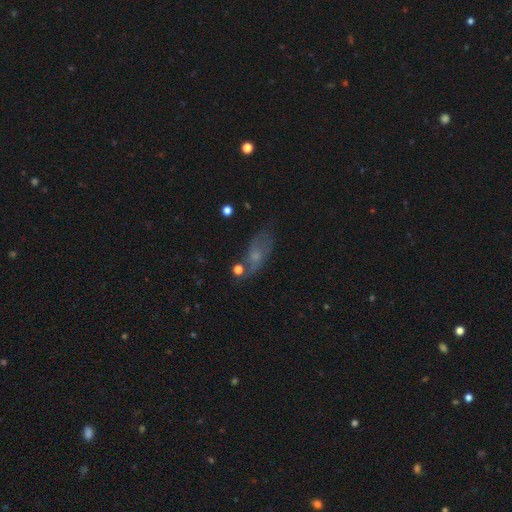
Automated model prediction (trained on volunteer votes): smooth_or_featured: smooth (p=0.48) [alt: featured or disk p=0.36]
merging: none (p=0.55) [alt: minor disturbance p=0.23]